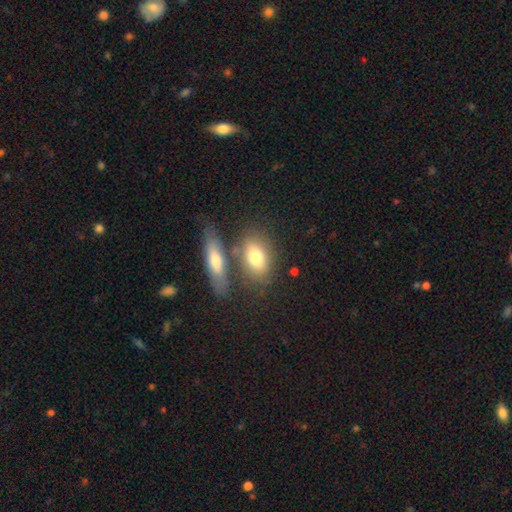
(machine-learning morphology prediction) smooth 73%, featured or disk 19%, star or artifact 7%. Down the decision tree: how rounded — in between (78%); merging — none (57%).